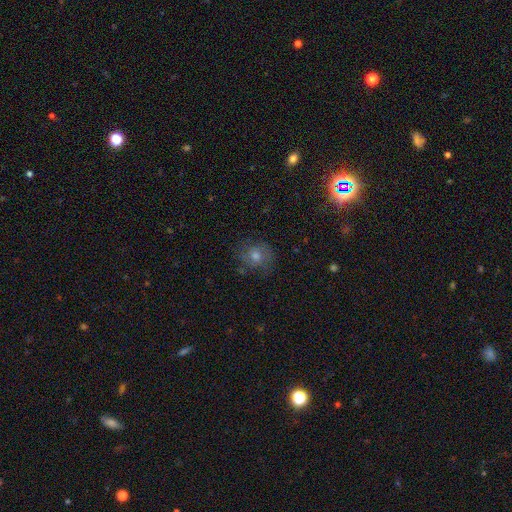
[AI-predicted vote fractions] Q: Smooth or featured?
A: smooth (43%); runner-up: featured or disk (32%)
Q: Merging?
A: none (77%); runner-up: minor disturbance (15%)